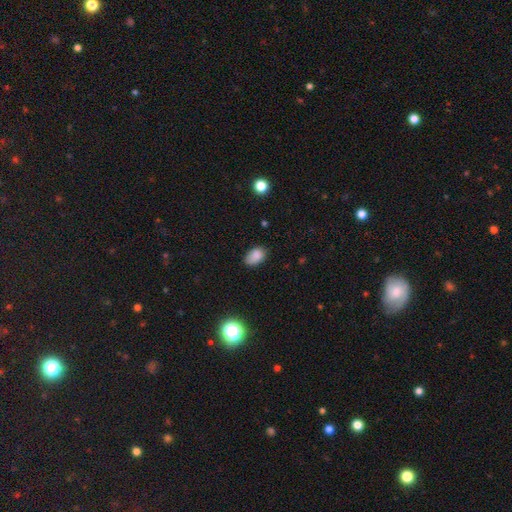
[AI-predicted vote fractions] Smooth or featured? smooth (84%)
How rounded? in between (87%)
Merging? none (74%)